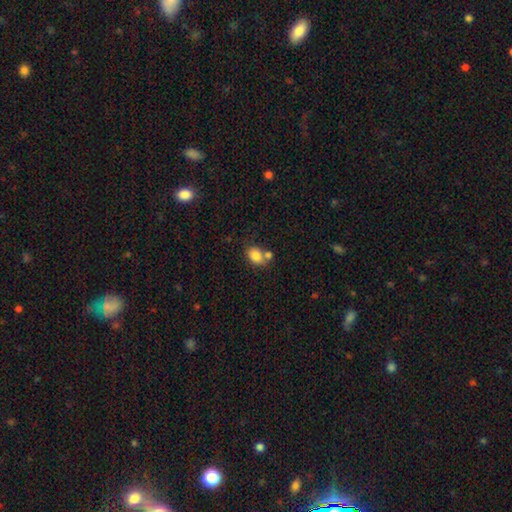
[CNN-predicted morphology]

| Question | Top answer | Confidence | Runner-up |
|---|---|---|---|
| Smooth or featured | smooth | 83% | star or artifact (9%) |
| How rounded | in between | 68% | round (31%) |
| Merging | none | 51% | merger (31%) |